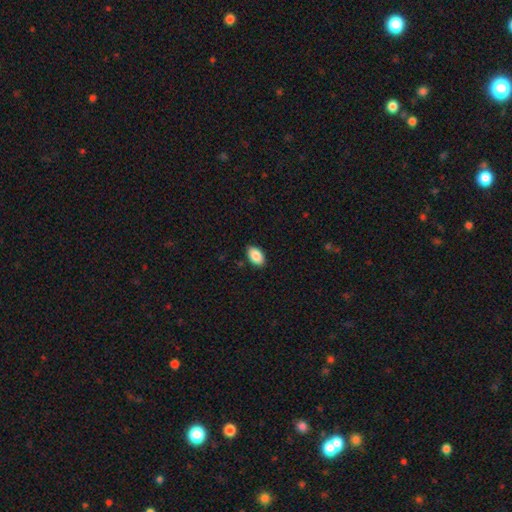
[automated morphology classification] Overall: smooth (88%). How rounded: in between (92%). Merging: none (87%).